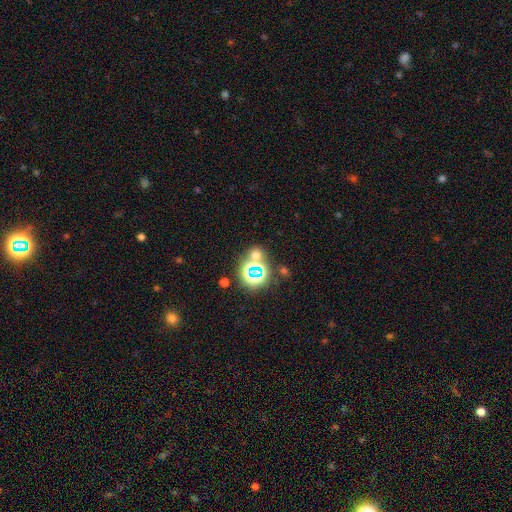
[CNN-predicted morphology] This appears to be a star or artifact, not a galaxy (47%).